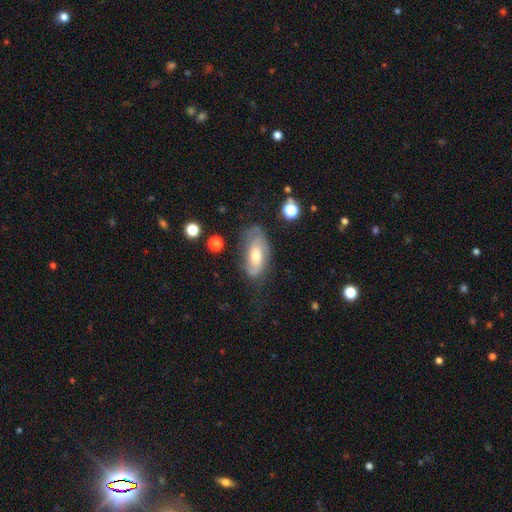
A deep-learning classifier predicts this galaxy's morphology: Overall: featured or disk (66%). Edge-on disk: no (89%). Bar: no (59%; weak 32%). Spiral arms: yes (82%). Bulge size: moderate (65%). Merging: none (60%; minor disturbance 25%).